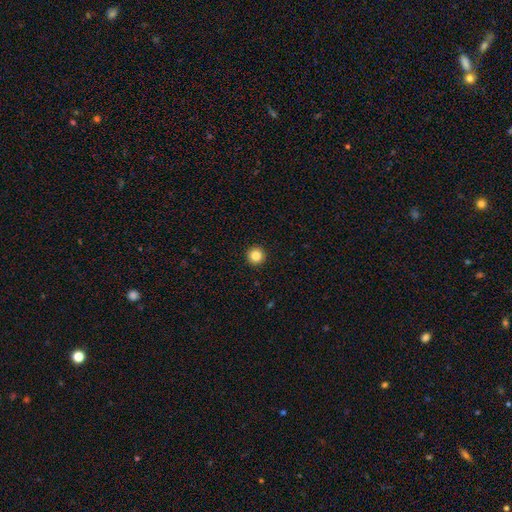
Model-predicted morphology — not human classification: A smooth galaxy with no disk features (84%) that is round (96%).

Vote fractions:
- Smooth or featured? smooth: 84% / star or artifact: 11% / featured or disk: 5%
- How rounded? round: 96% / in between: 3% / cigar-shaped: 1%
- Merging? none: 94% / minor disturbance: 4% / major disturbance: 1% / merger: 1%